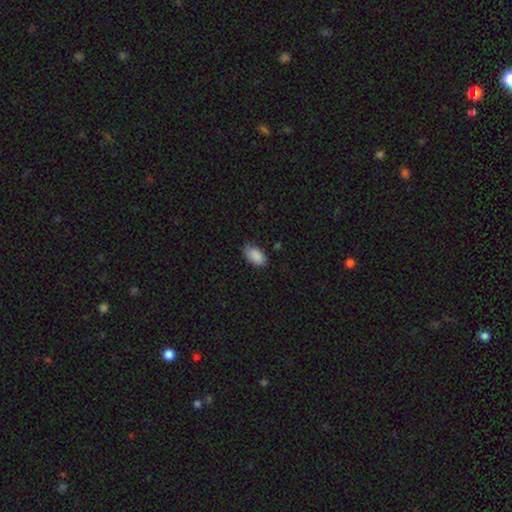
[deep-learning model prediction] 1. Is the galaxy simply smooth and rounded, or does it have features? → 88% smooth, 7% star or artifact, 5% featured or disk.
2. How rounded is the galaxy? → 94% in between, 4% round, 2% cigar-shaped.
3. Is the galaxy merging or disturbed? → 74% none, 22% minor disturbance, 3% major disturbance, 1% merger.